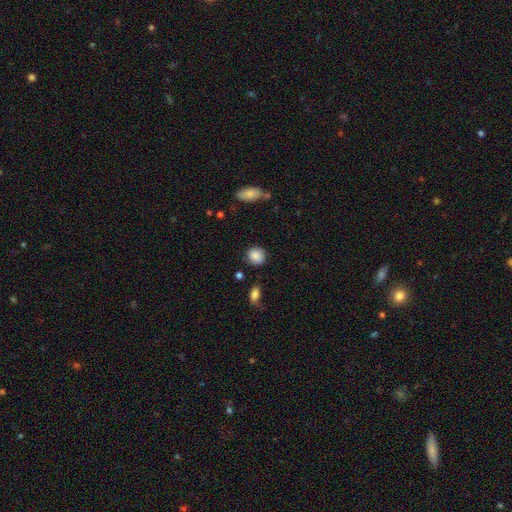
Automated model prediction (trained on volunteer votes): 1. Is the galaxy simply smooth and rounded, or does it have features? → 87% smooth, 8% star or artifact, 5% featured or disk.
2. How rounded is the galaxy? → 83% round, 16% in between, 1% cigar-shaped.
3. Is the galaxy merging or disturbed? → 82% none, 12% minor disturbance, 3% major disturbance, 2% merger.